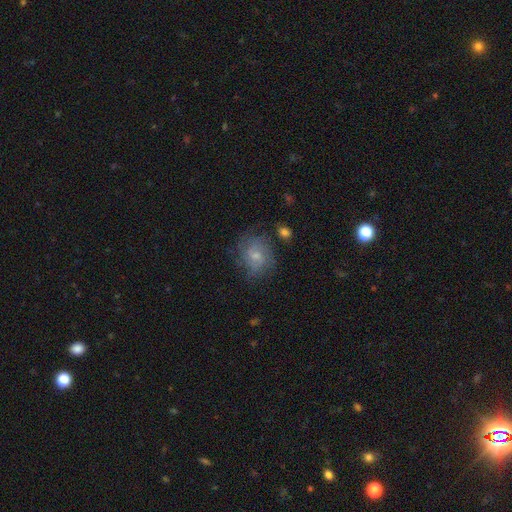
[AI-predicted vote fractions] Morphology: type=smooth (48%); merging=none (63%).